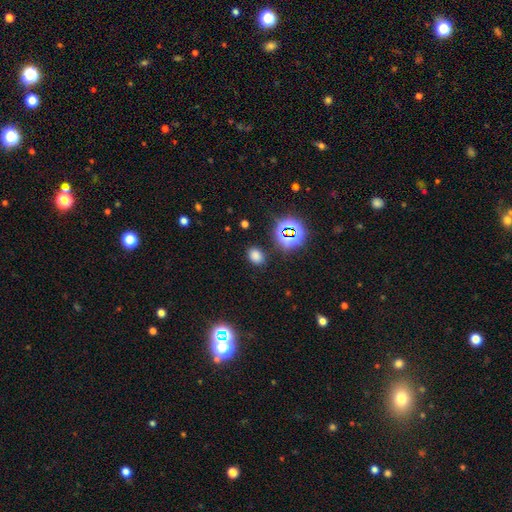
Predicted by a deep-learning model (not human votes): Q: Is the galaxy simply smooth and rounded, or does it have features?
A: smooth — 72%.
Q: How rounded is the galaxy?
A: in between — 67%.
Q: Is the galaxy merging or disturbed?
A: none — 85%.